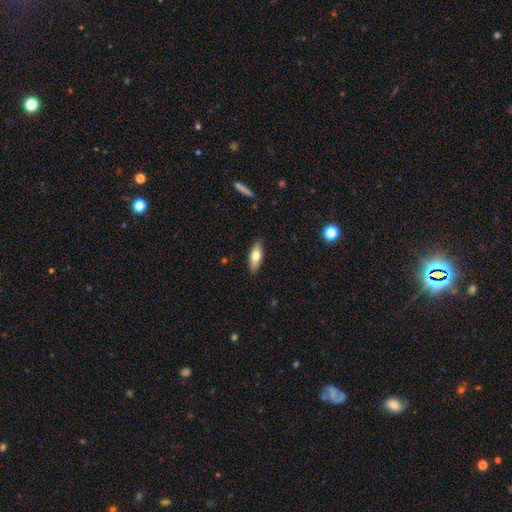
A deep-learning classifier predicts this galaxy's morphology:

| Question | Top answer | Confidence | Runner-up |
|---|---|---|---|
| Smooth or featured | smooth | 72% | featured or disk (21%) |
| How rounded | in between | 74% | cigar-shaped (23%) |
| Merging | none | 87% | minor disturbance (10%) |